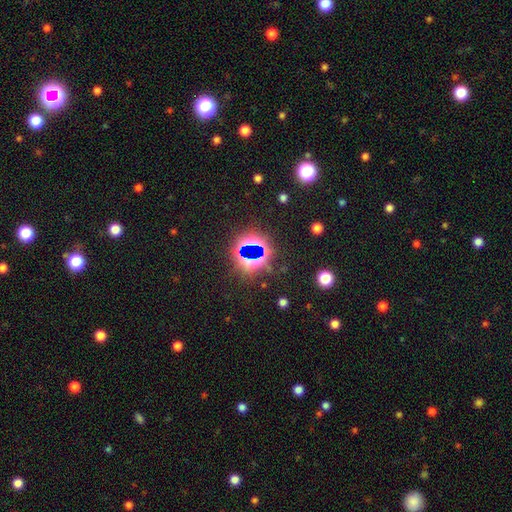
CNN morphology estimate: A star or artifact, not a galaxy (70%).